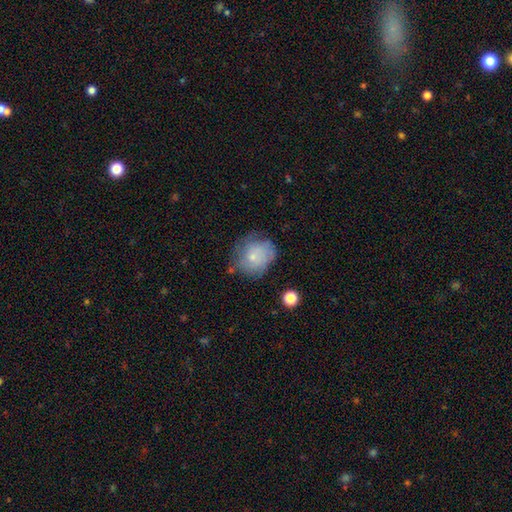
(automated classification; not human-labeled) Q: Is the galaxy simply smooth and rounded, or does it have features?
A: smooth — 60%.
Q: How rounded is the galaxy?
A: round — 75%.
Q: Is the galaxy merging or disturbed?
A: none — 60%.